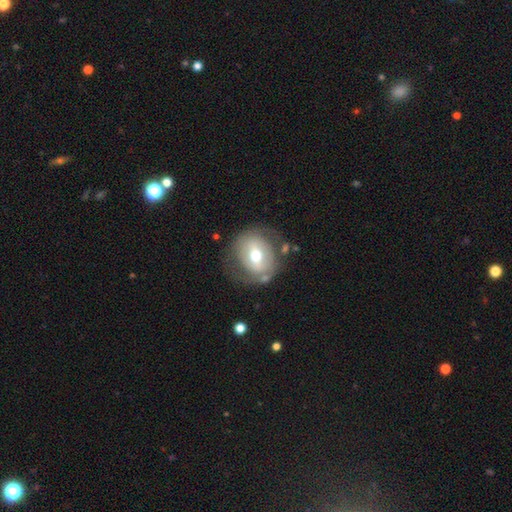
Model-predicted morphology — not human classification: This is possibly a featured or disk galaxy (55%). It is clearly not viewed edge-on (93%). Bar: marginally weak (38%). Spiral arm pattern: likely no (65%). Central bulge: likely moderate (71%). Merging: likely none (68%).